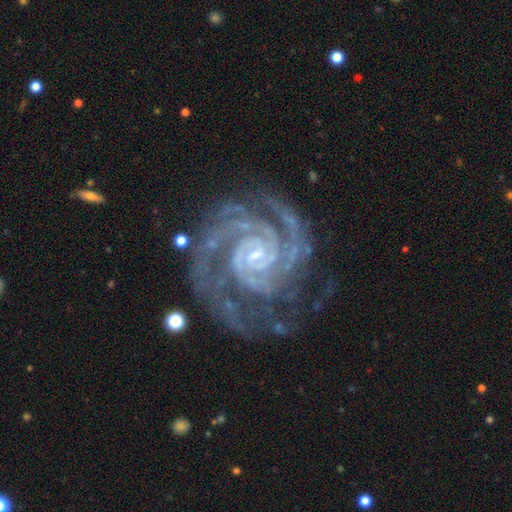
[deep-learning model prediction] Overall: featured or disk (94%). Edge-on disk: no (98%). Bar: no (44%; weak 37%). Spiral arms: yes (99%). Spiral arm count: 2 (49%; 3 24%). Spiral winding: tight (78%). Bulge size: small (76%). Merging: none (68%).